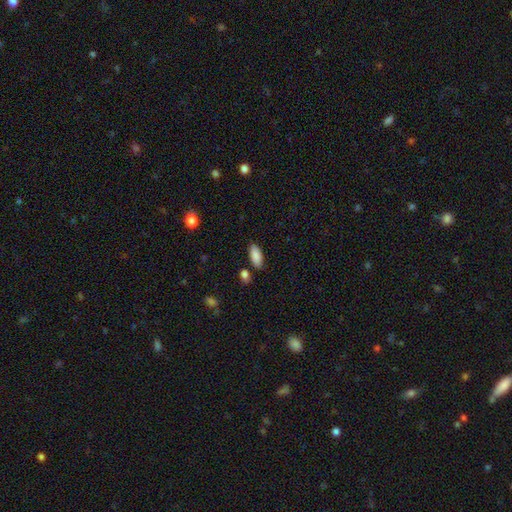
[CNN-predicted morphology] The model was most divided on "merging": none: 83%, minor disturbance: 10%, merger: 5%, major disturbance: 2%. More confident: smooth or featured — smooth (88%); how rounded — in between (87%).